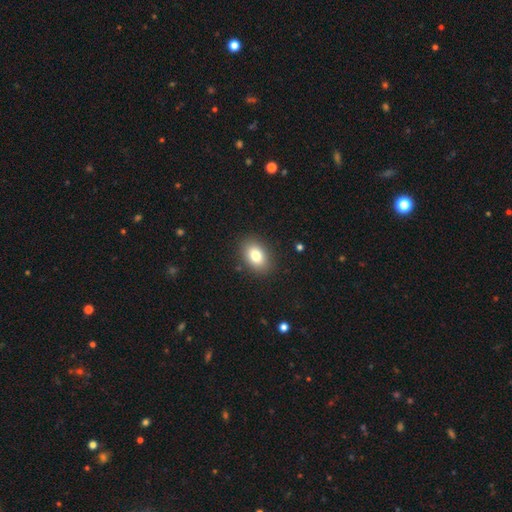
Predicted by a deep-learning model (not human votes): Smooth or featured? Predicted: smooth (p=0.81). How rounded? Predicted: in between (p=0.79). Merging? Predicted: none (p=0.88).